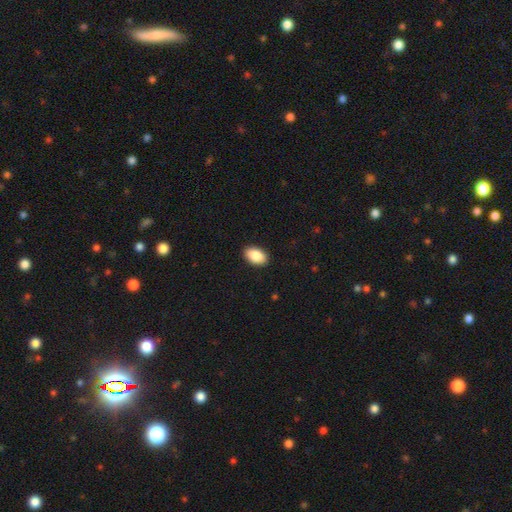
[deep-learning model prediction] smooth-or-featured: smooth: 88% | star or artifact: 7% | featured or disk: 5%
  how-rounded: in between: 92% | round: 7% | cigar-shaped: 1%
  merging: none: 91% | minor disturbance: 7% | major disturbance: 2% | merger: 1%